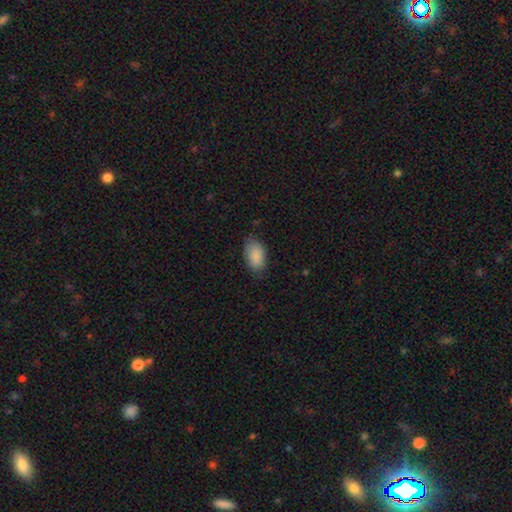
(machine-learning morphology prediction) Smooth or featured? smooth (88%)
How rounded? in between (93%)
Merging? none (76%)